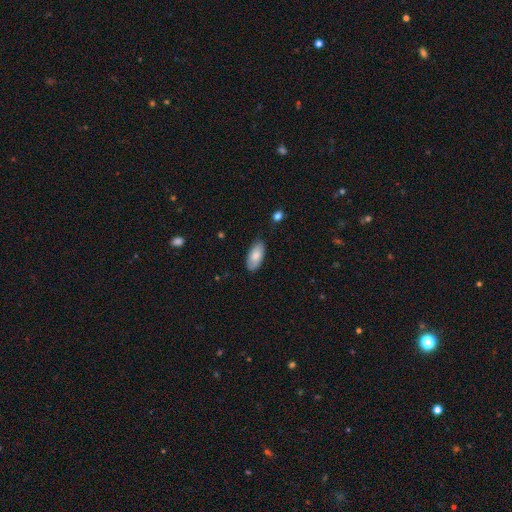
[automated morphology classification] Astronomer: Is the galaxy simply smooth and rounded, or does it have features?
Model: smooth — 80%.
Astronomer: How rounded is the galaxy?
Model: in between — 93%.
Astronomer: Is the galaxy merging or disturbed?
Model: none — 80%.